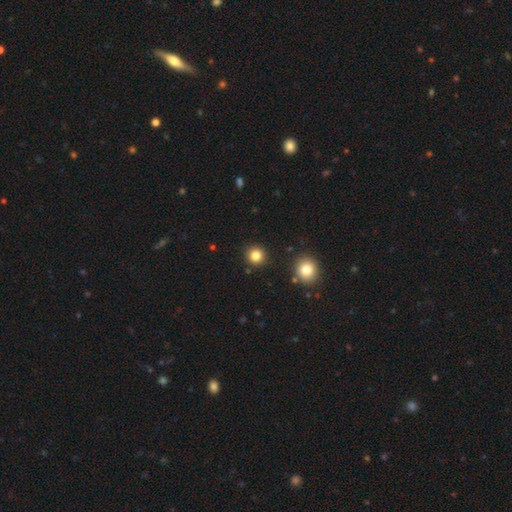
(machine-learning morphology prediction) This is clearly a smooth galaxy (83%). How rounded: clearly round (93%). Merging: clearly none (90%).